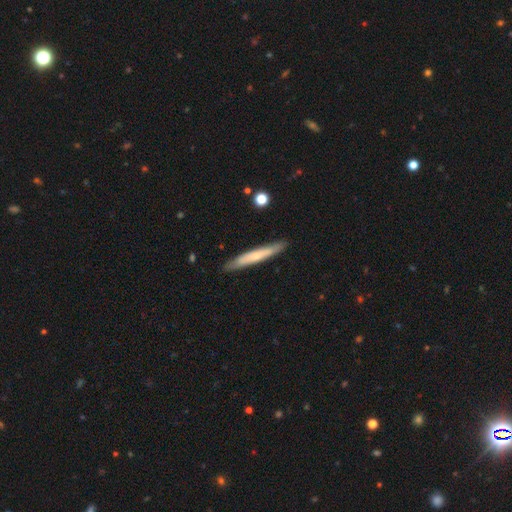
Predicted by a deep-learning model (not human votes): Morphology: type=smooth (53%); roundness=cigar-shaped (95%); merging=none (89%).